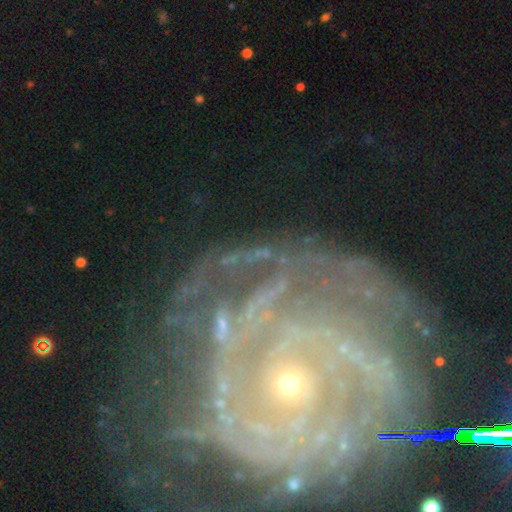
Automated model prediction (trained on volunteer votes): Smooth or featured? featured or disk (85%)
Edge-on disk? no (97%)
Bar? no (75%)
Spiral arms? yes (94%)
Spiral winding? tight (77%)
Spiral arm count? can't tell (26%)
Bulge size? small (80%)
Merging? none (67%)